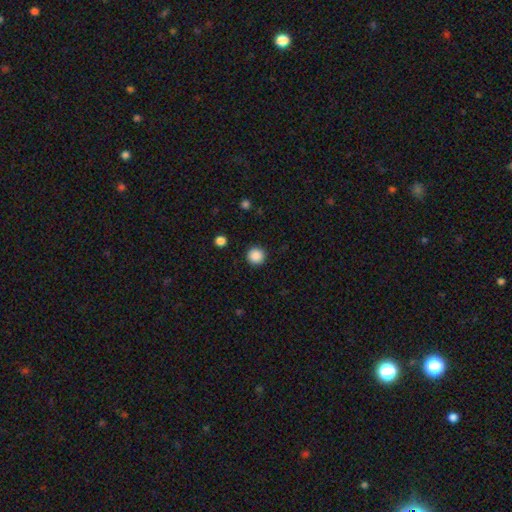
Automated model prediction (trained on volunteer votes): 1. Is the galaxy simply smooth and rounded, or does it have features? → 88% smooth, 10% star or artifact, 2% featured or disk.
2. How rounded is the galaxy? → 96% round, 3% in between, 1% cigar-shaped.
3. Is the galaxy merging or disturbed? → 93% none, 5% minor disturbance, 2% major disturbance, 1% merger.